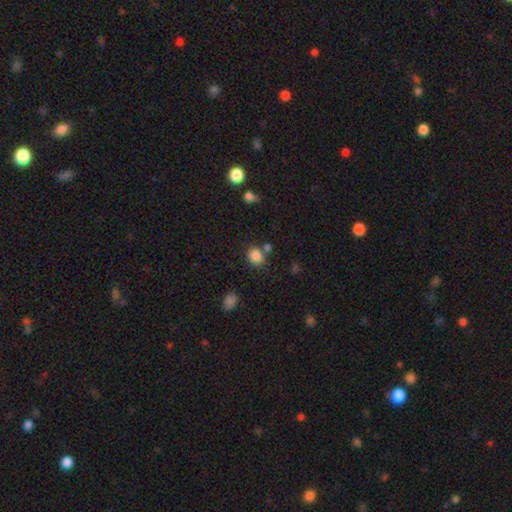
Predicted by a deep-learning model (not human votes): The model was most divided on "how rounded": round: 65%, in between: 34%, cigar-shaped: 1%. More confident: smooth or featured — smooth (84%); merging — none (68%).